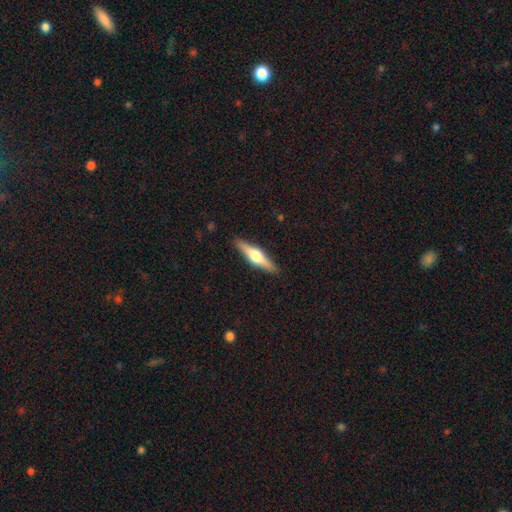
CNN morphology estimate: Smooth or featured? Predicted: featured or disk (p=0.60). Edge-on disk? Predicted: yes (p=0.96). Edge-on bulge? Predicted: rounded (p=0.94). Merging? Predicted: none (p=0.90).